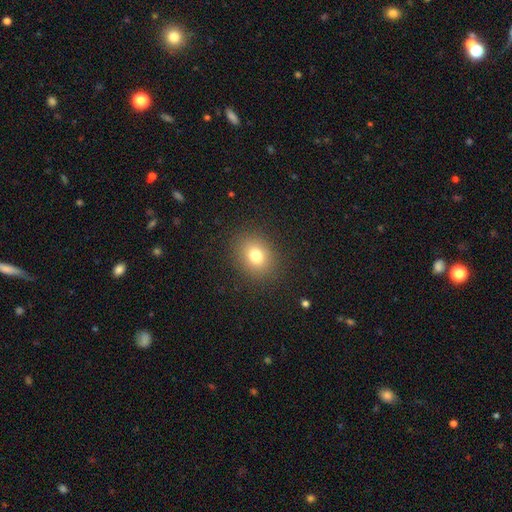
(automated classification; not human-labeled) Morphology: type=smooth (77%); roundness=round (59%); merging=none (88%).